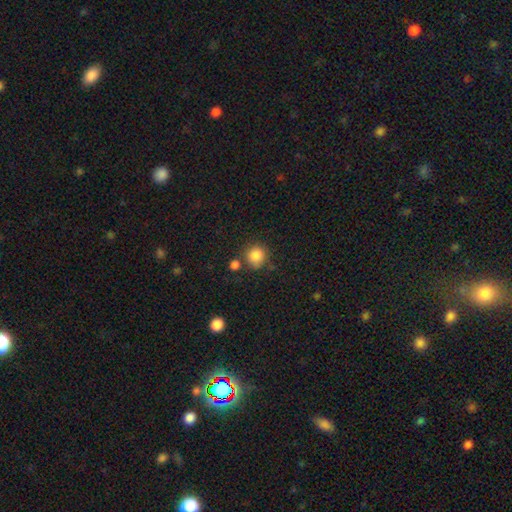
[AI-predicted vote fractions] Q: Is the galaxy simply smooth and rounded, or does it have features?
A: smooth — 84%.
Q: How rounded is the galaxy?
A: round — 88%.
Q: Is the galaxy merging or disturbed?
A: none — 73%.